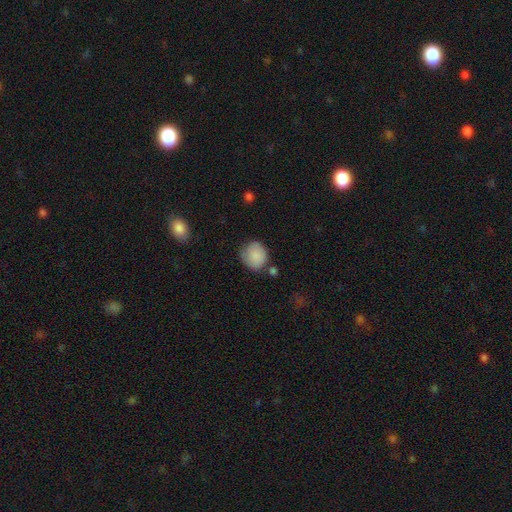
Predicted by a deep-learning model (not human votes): The model was most divided on "merging": none: 67%, minor disturbance: 21%, merger: 7%, major disturbance: 5%. More confident: smooth or featured — smooth (87%); how rounded — round (81%).